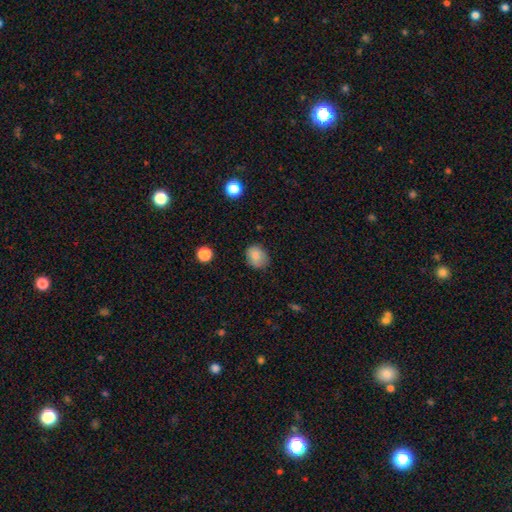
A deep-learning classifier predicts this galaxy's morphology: This is clearly a smooth galaxy (84%). How rounded: possibly round (52%). Merging: likely none (78%).